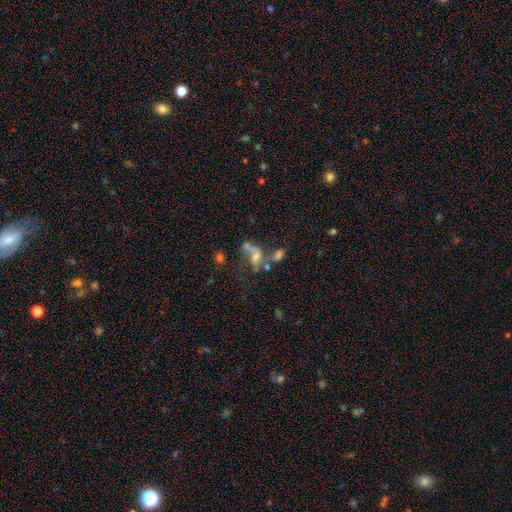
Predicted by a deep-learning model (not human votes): featured or disk 50%, smooth 32%, star or artifact 18%. Down the decision tree: edge-on disk — no (94%); merging — merger (41%).